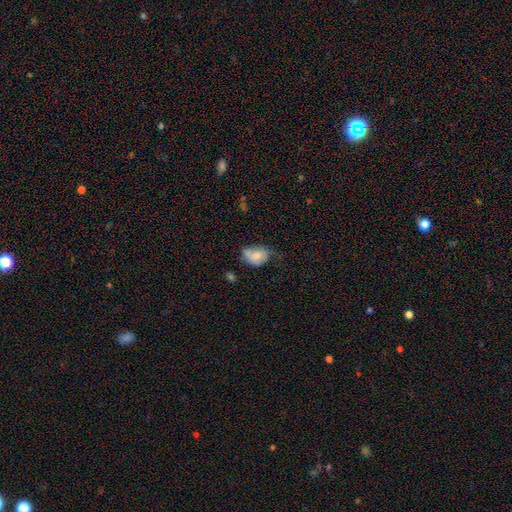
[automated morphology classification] Q: Smooth or featured?
A: smooth (69%); runner-up: featured or disk (23%)
Q: How rounded?
A: in between (73%); runner-up: round (25%)
Q: Merging?
A: minor disturbance (40%); runner-up: none (35%)